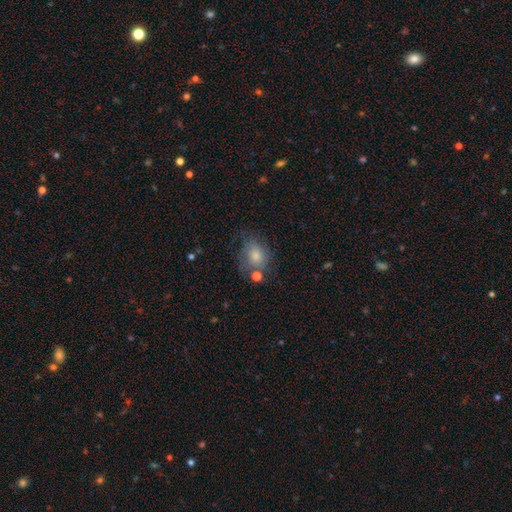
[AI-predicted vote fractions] Q: Smooth or featured?
A: smooth (71%); runner-up: featured or disk (20%)
Q: How rounded?
A: in between (50%); runner-up: round (49%)
Q: Merging?
A: none (50%); runner-up: minor disturbance (25%)